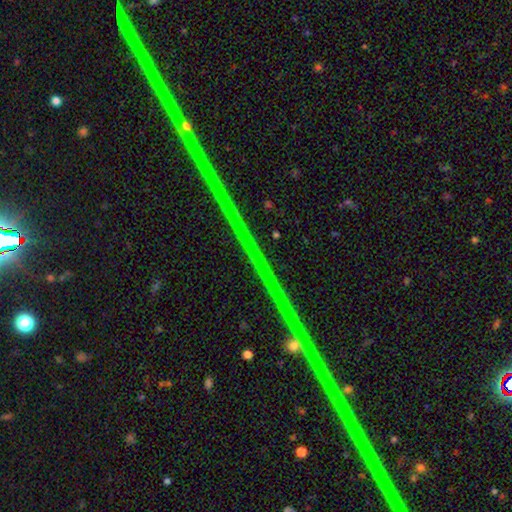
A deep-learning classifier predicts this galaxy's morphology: Overall: star or artifact (88%).